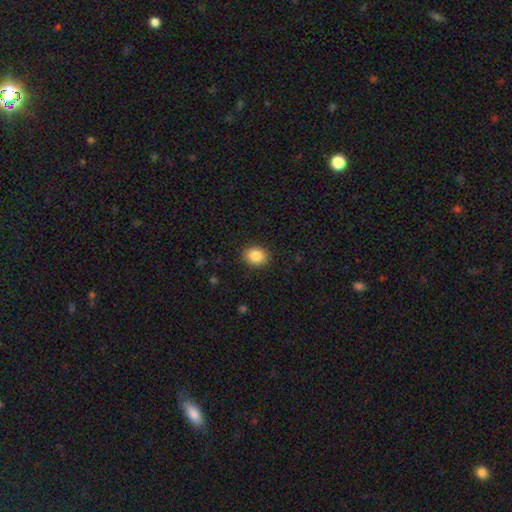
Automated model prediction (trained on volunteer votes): Smooth or featured? smooth (87%)
How rounded? round (58%)
Merging? none (89%)